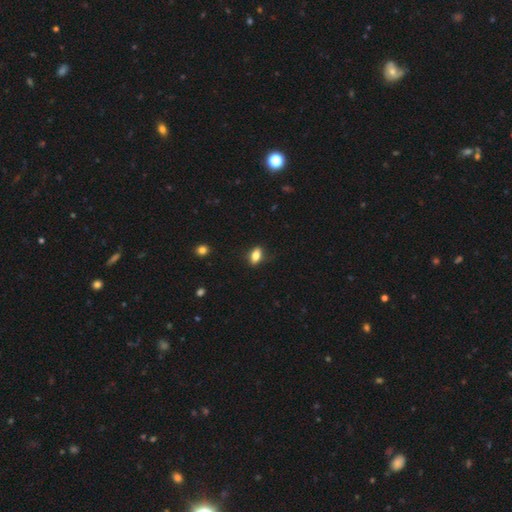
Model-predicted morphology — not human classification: smooth-or-featured: smooth: 79% | featured or disk: 13% | star or artifact: 9%
  how-rounded: in between: 83% | round: 10% | cigar-shaped: 7%
  merging: none: 80% | minor disturbance: 15% | major disturbance: 3% | merger: 1%